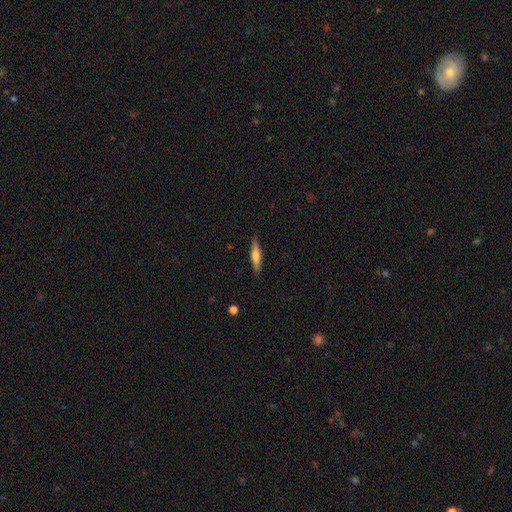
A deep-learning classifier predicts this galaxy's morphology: This is possibly a smooth galaxy (53%). How rounded: clearly cigar-shaped (85%). Merging: clearly none (87%).